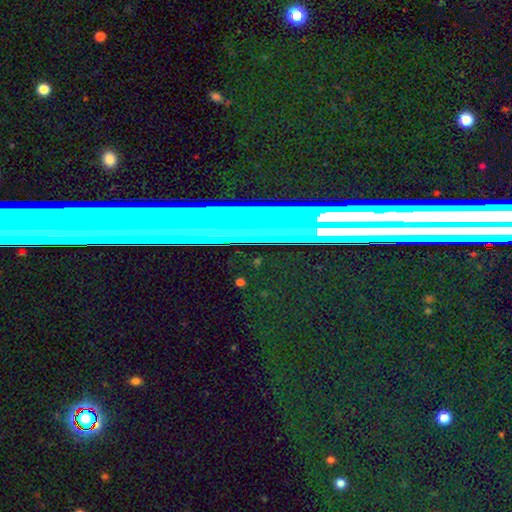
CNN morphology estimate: Smooth or featured? Predicted: star or artifact (p=0.50).